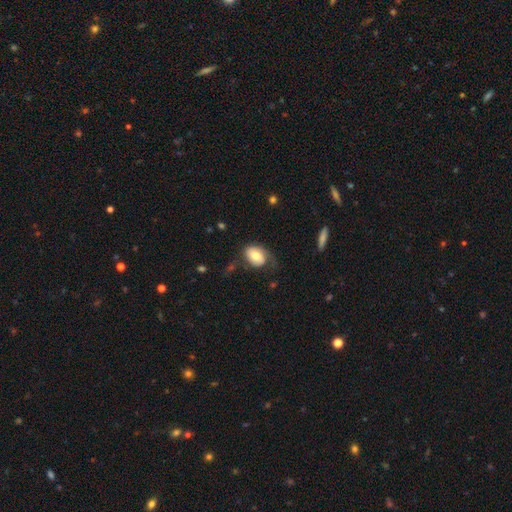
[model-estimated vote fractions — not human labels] Smooth or featured?
  - smooth: 60% *
  - featured or disk: 33%
  - star or artifact: 7%
How rounded?
  - in between: 78% *
  - round: 21%
  - cigar-shaped: 1%
Merging?
  - none: 48% *
  - minor disturbance: 28%
  - major disturbance: 22%
  - merger: 2%